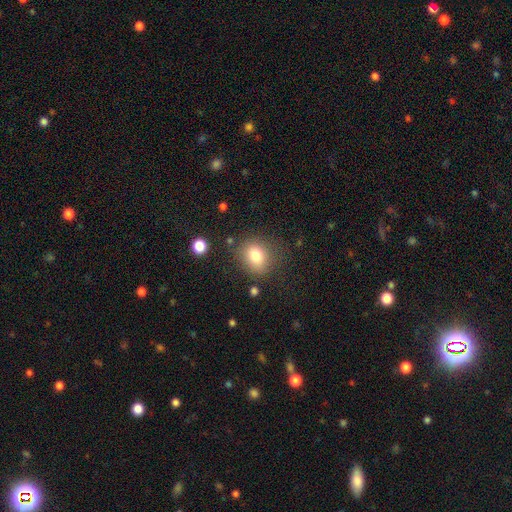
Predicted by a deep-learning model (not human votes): The model was most divided on "how rounded": round: 58%, in between: 41%, cigar-shaped: 1%. More confident: smooth or featured — smooth (80%); merging — none (76%).